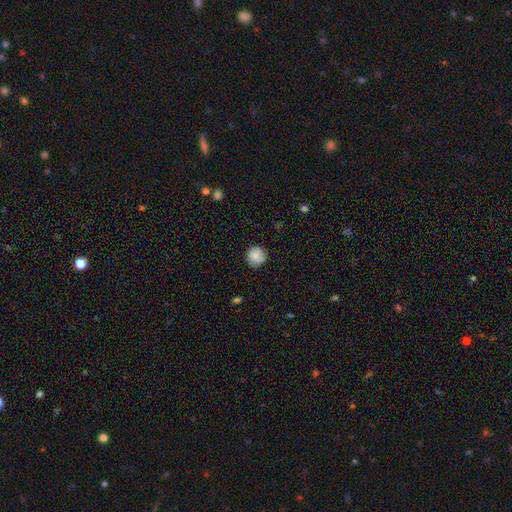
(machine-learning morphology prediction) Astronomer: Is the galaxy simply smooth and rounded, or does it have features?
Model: smooth — 79%.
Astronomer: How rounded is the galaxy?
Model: round — 91%.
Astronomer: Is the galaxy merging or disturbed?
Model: none — 81%.